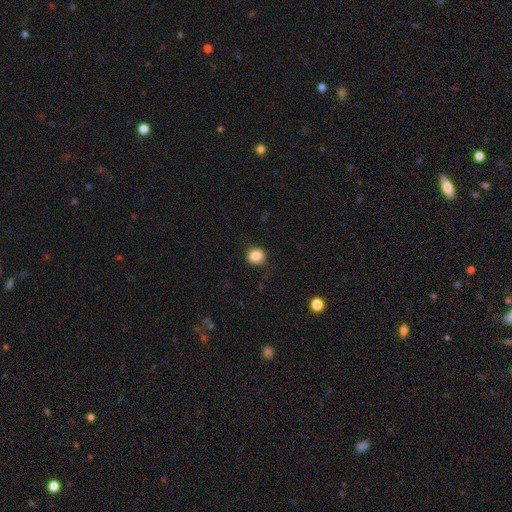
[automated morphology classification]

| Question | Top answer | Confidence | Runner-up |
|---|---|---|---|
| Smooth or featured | smooth | 86% | star or artifact (10%) |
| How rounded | round | 74% | in between (26%) |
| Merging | none | 81% | minor disturbance (14%) |